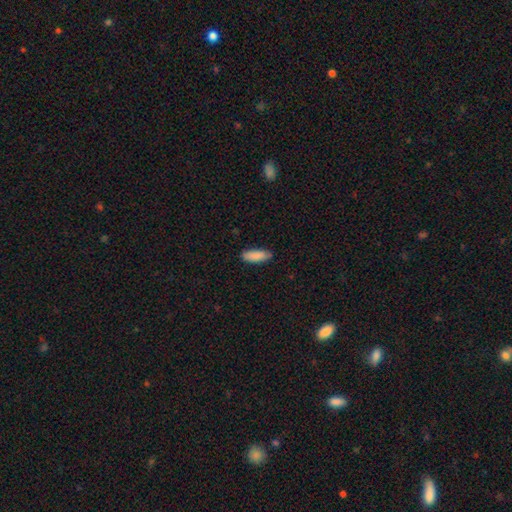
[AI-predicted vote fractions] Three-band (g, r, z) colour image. It shows a smooth galaxy with no disk features (89%) that is in between round and cigar-shaped (71%). Merging: none (83%).